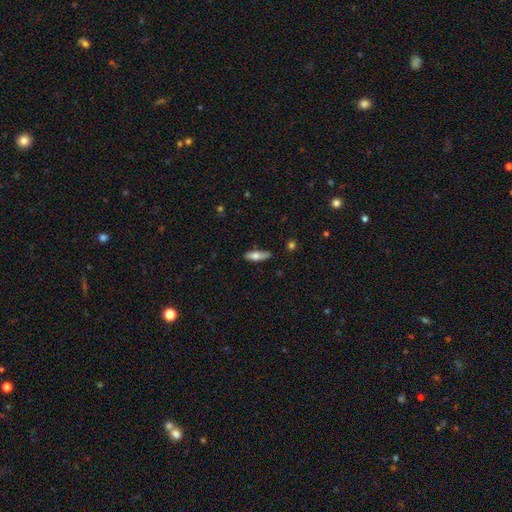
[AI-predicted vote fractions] A smooth galaxy with no disk features (72%) that is cigar-shaped (51%). Merging: none (82%).